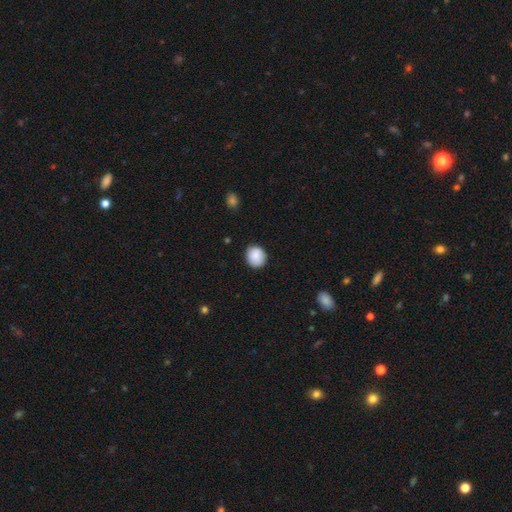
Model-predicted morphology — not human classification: Smooth or featured? Predicted: smooth (p=0.87). How rounded? Predicted: round (p=0.80). Merging? Predicted: none (p=0.86).